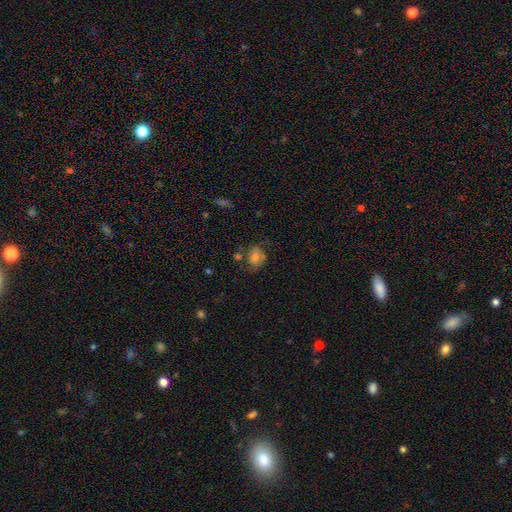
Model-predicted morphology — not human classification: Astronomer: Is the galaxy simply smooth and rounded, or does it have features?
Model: smooth — 59%.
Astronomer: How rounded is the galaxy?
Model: in between — 52% (runner-up: round, 47%).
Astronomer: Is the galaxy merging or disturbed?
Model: none — 59%.